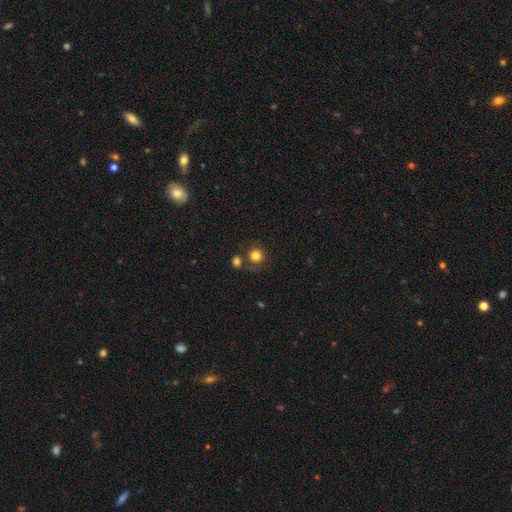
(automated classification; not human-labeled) Smooth or featured? Predicted: smooth (p=0.81). How rounded? Predicted: round (p=0.92). Merging? Predicted: none (p=0.69).